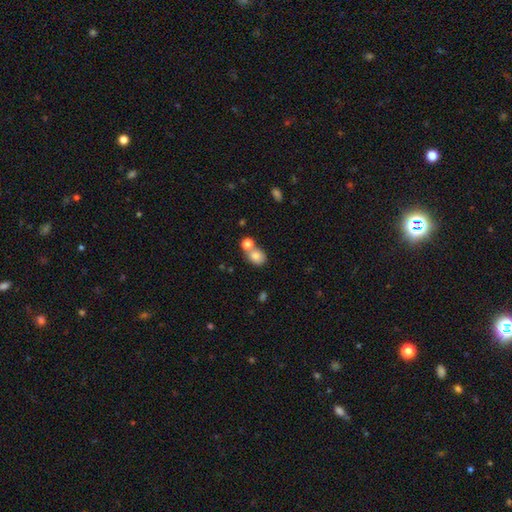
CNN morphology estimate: Smooth or featured? Predicted: smooth (p=0.77). How rounded? Predicted: round (p=0.51). Merging? Predicted: none (p=0.47).